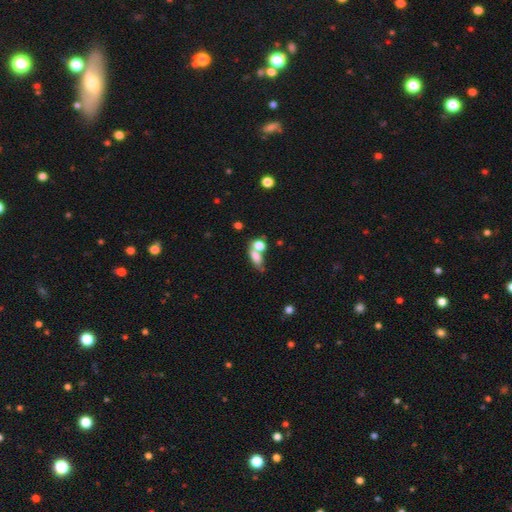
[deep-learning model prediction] Morphology: type=smooth (74%); roundness=in between (74%); merging=merger (49%).